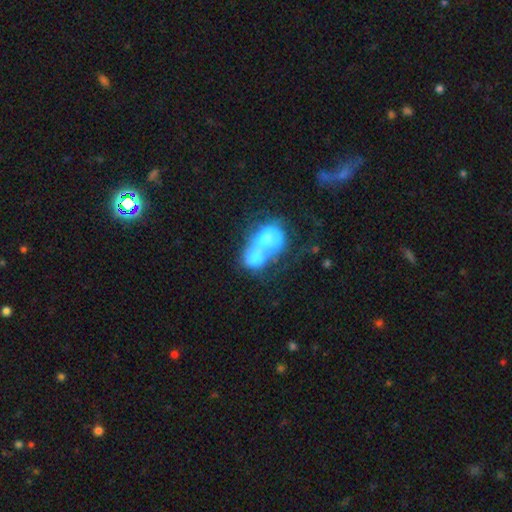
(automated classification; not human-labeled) A smooth galaxy with no disk features (58%) that is in between round and cigar-shaped (68%). Merging: merger (68%).